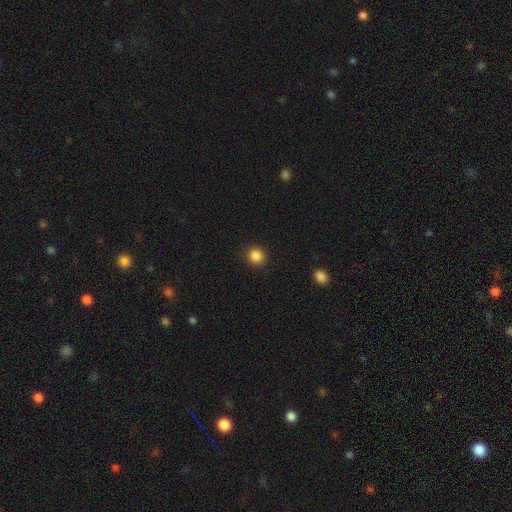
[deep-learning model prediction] Q: Smooth or featured?
A: smooth (86%); runner-up: star or artifact (11%)
Q: How rounded?
A: round (90%); runner-up: in between (9%)
Q: Merging?
A: none (91%); runner-up: minor disturbance (6%)